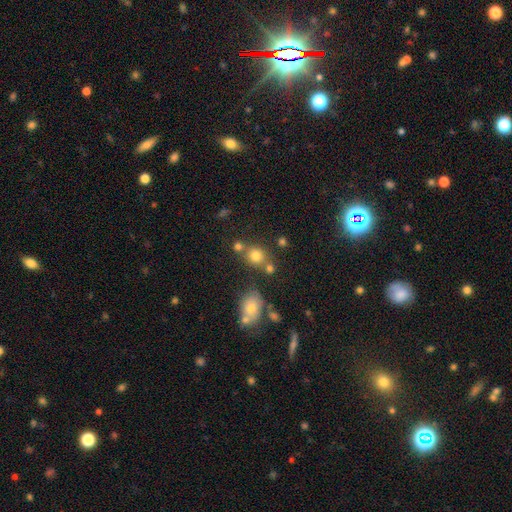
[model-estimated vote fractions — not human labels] The model was most divided on "merging": none: 61%, merger: 22%, minor disturbance: 11%, major disturbance: 5%. More confident: smooth or featured — smooth (76%); how rounded — round (76%).